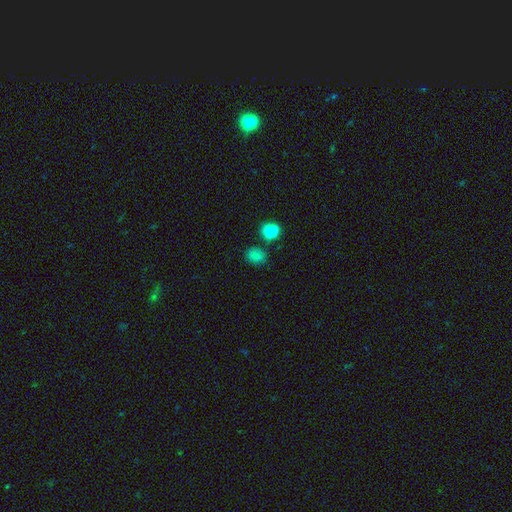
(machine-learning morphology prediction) Q: Smooth or featured?
A: smooth (78%); runner-up: star or artifact (16%)
Q: How rounded?
A: round (51%); runner-up: in between (48%)
Q: Merging?
A: none (75%); runner-up: minor disturbance (14%)